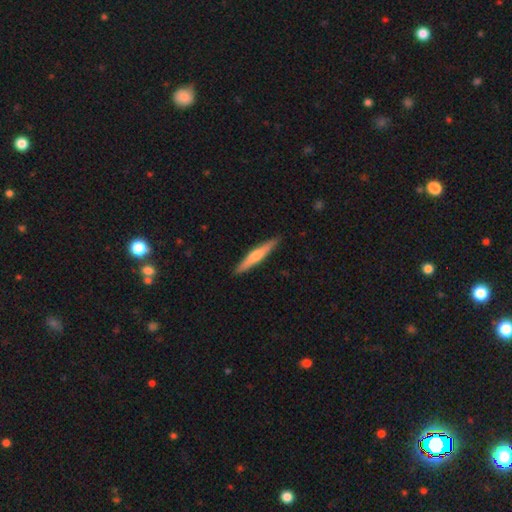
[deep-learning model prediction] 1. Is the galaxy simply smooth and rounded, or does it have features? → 48% featured or disk, 47% smooth, 5% star or artifact.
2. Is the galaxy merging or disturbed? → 91% none, 6% minor disturbance, 1% major disturbance, 1% merger.